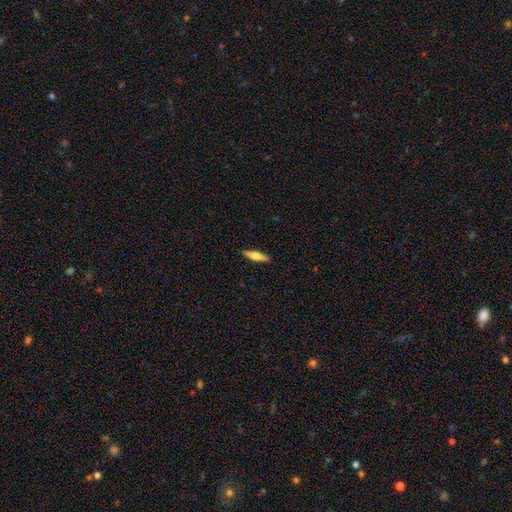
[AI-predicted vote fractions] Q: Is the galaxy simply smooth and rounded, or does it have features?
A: smooth — 49%.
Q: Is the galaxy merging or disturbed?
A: none — 90%.